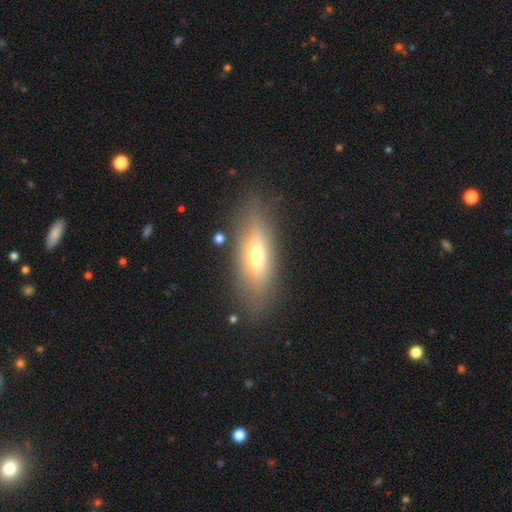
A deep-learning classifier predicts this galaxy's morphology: Q: Smooth or featured?
A: smooth (57%); runner-up: featured or disk (34%)
Q: How rounded?
A: in between (62%); runner-up: cigar-shaped (34%)
Q: Merging?
A: none (79%); runner-up: minor disturbance (13%)